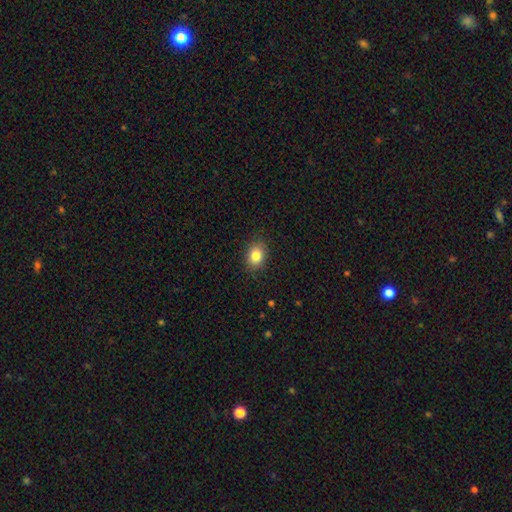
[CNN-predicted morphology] smooth-or-featured: smooth: 83% | star or artifact: 10% | featured or disk: 7%
  how-rounded: in between: 62% | round: 37% | cigar-shaped: 1%
  merging: none: 87% | minor disturbance: 9% | major disturbance: 2% | merger: 1%